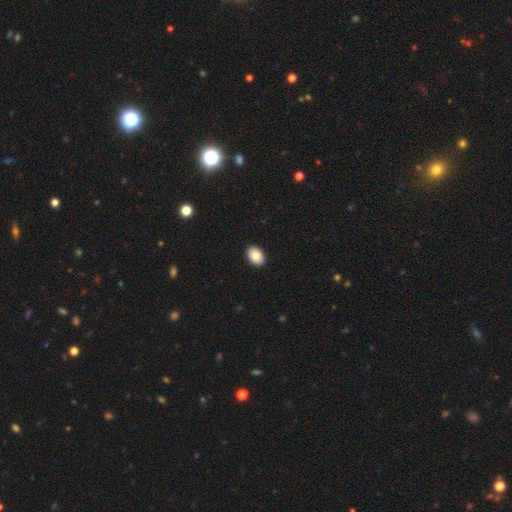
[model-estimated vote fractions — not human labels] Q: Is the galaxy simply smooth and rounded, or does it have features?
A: smooth — 83%.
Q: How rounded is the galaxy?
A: in between — 82%.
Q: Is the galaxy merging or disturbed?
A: none — 92%.